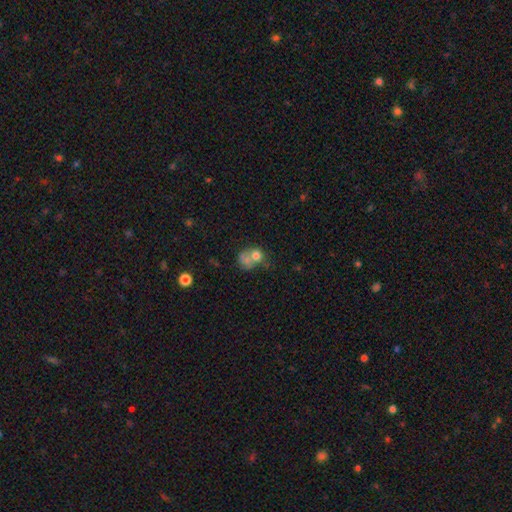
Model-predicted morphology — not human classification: Smooth or featured: smooth — 67% (featured or disk — 22%)
How rounded: round — 64% (in between — 35%)
Merging: merger — 56% (none — 23%)